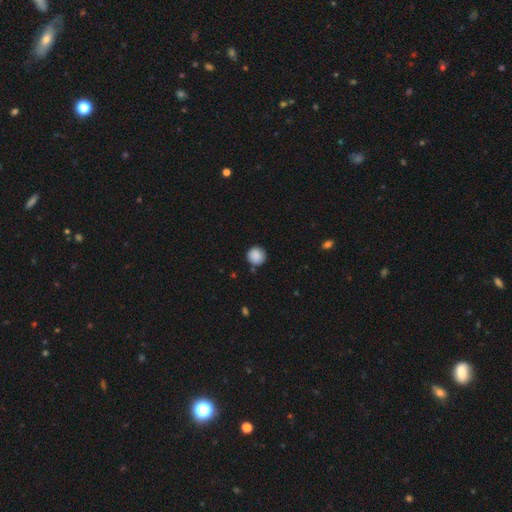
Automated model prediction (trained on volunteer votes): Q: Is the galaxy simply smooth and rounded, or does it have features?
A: smooth — 88%.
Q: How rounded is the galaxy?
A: round — 95%.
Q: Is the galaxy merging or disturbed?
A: none — 86%.